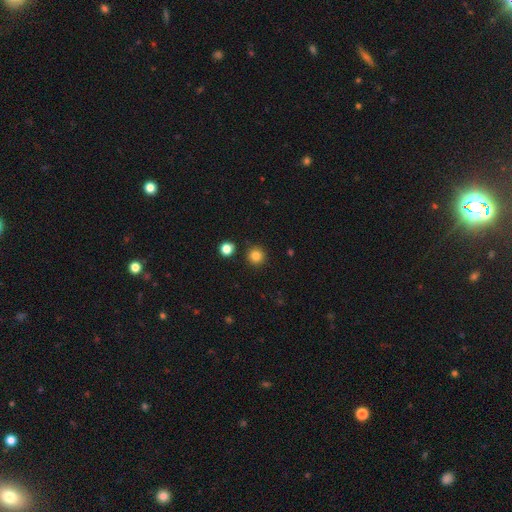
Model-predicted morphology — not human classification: Smooth or featured? smooth (83%)
How rounded? round (95%)
Merging? none (90%)